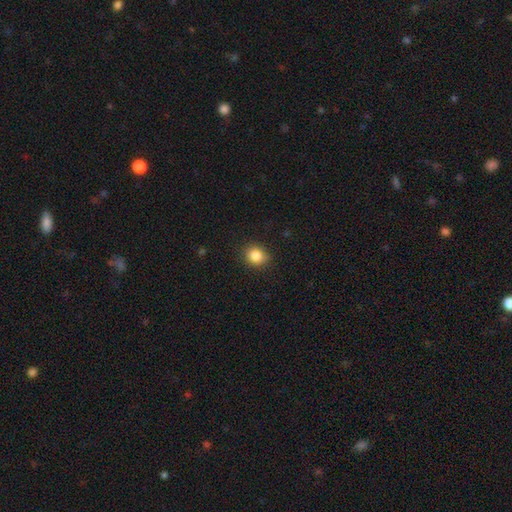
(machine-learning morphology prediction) This appears to be a smooth galaxy with no disk features (86%) that is round (71%). Merging: none (86%).